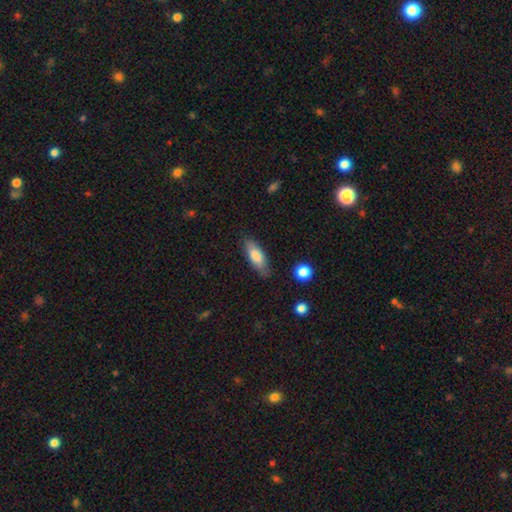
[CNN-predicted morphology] type=smooth (77%); roundness=in between (65%); merging=none (80%).